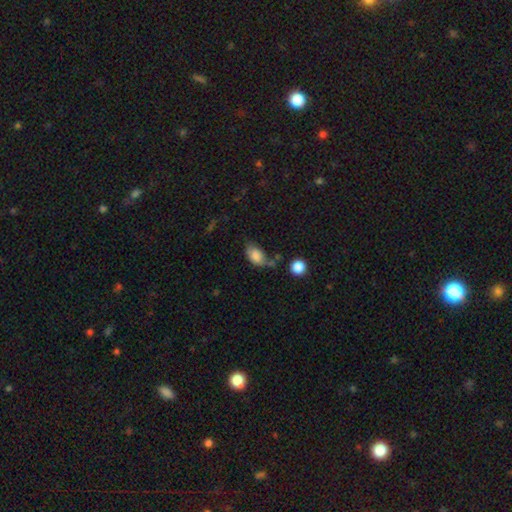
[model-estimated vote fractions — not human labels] Smooth or featured?
  - smooth: 83% *
  - featured or disk: 9%
  - star or artifact: 8%
How rounded?
  - in between: 87% *
  - round: 11%
  - cigar-shaped: 2%
Merging?
  - none: 43% *
  - minor disturbance: 32%
  - merger: 13%
  - major disturbance: 12%